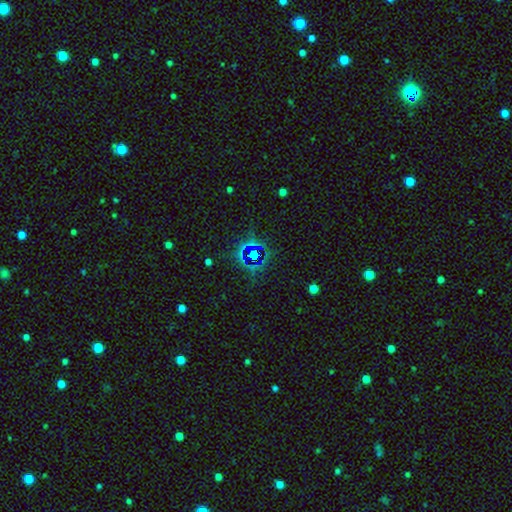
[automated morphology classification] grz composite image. It shows a star or artifact, not a galaxy (71%).